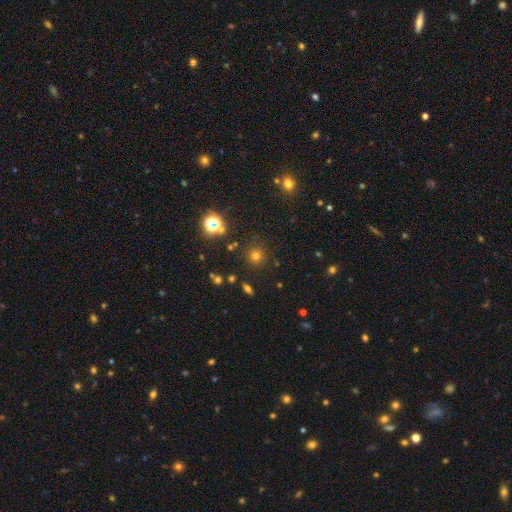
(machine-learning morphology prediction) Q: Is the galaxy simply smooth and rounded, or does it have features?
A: smooth — 67%.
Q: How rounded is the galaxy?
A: round — 93%.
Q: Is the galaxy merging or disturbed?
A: none — 86%.